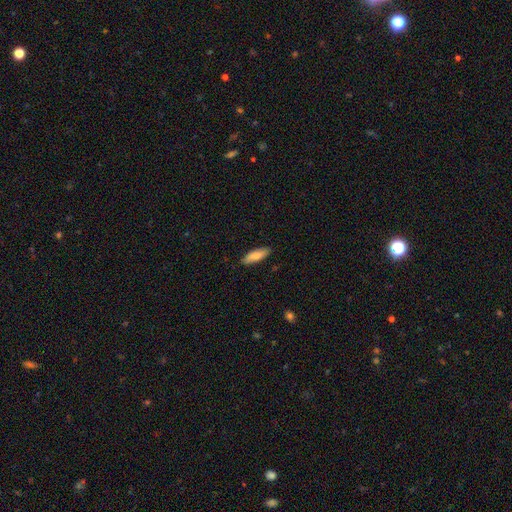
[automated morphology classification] Smooth or featured: smooth — 82% (featured or disk — 12%)
How rounded: in between — 54% (cigar-shaped — 44%)
Merging: none — 86% (minor disturbance — 11%)